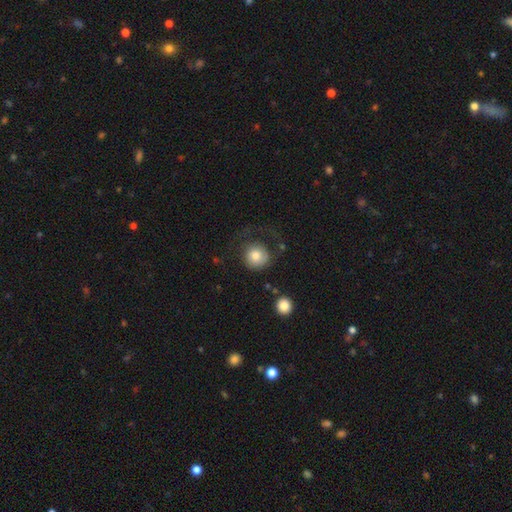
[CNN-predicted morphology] A smooth galaxy with no disk features (78%) that is round (93%). Merging: none (55%).